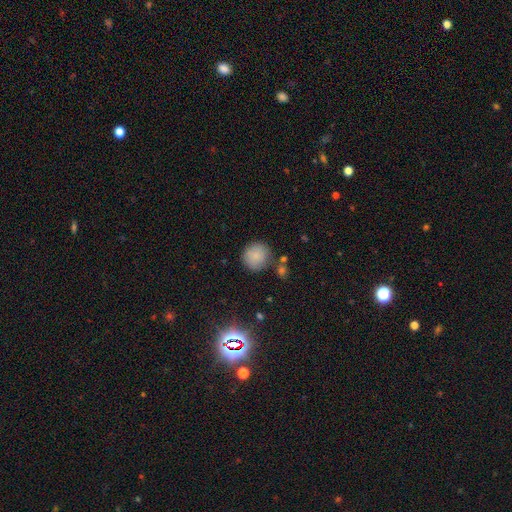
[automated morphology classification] Smooth or featured: smooth — 84% (star or artifact — 9%)
How rounded: round — 92% (in between — 7%)
Merging: none — 80% (minor disturbance — 12%)